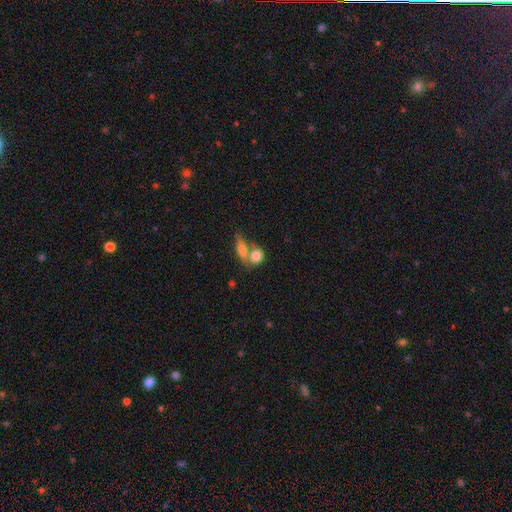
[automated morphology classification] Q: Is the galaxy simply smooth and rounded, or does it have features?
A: smooth — 81%.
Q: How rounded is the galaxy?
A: round — 52%.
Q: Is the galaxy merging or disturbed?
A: merger — 49%.